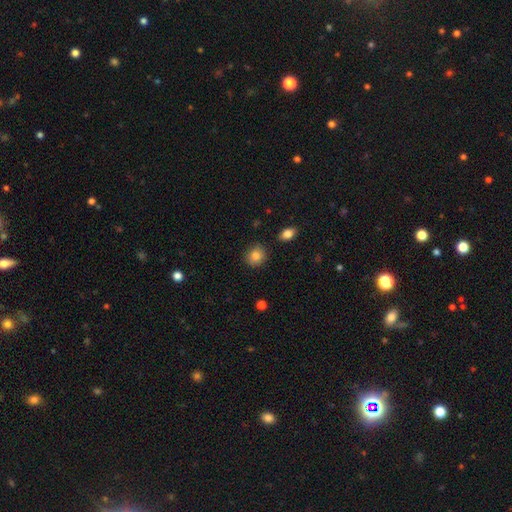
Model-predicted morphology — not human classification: smooth-or-featured: smooth: 84% | star or artifact: 9% | featured or disk: 7%
  how-rounded: round: 76% | in between: 23% | cigar-shaped: 1%
  merging: none: 85% | minor disturbance: 10% | major disturbance: 2% | merger: 2%